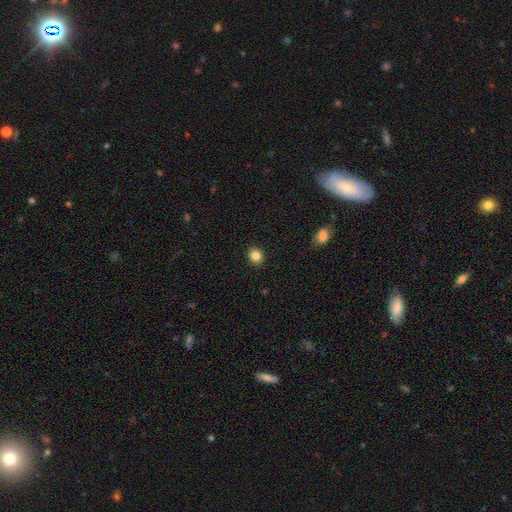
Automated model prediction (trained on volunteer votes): smooth 84%, star or artifact 11%, featured or disk 5%. Down the decision tree: how rounded — round (79%); merging — none (92%).